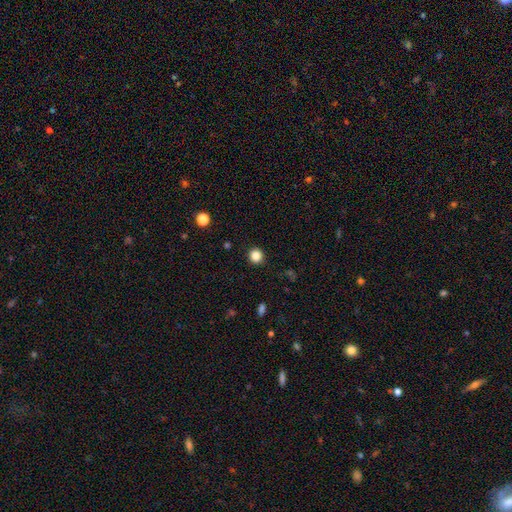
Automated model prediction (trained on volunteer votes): Smooth or featured? Predicted: smooth (p=0.85). How rounded? Predicted: round (p=0.92). Merging? Predicted: none (p=0.92).